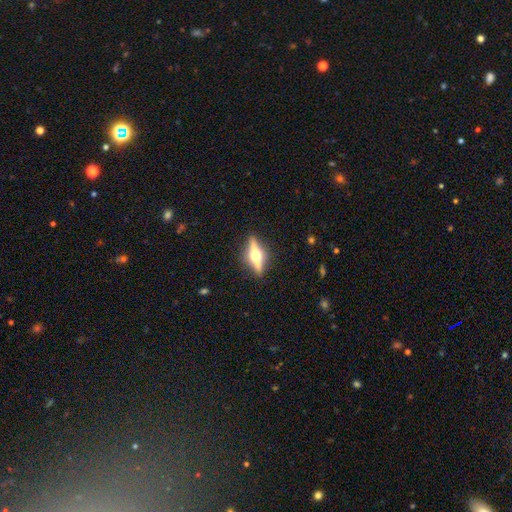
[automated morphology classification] type=featured or disk (76%); edge-on=yes (96%); edge-on bulge=rounded (96%); merging=none (89%).